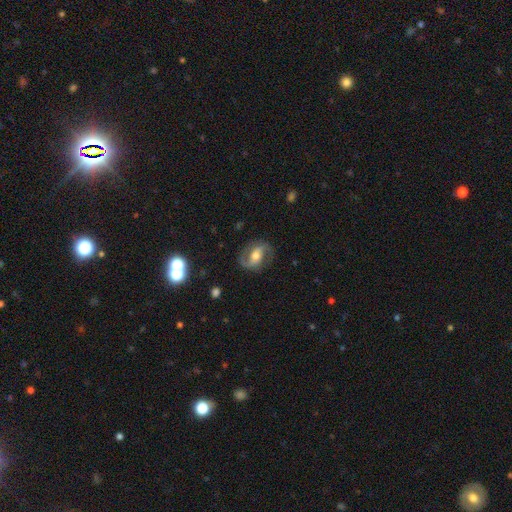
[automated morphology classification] This is likely a featured or disk galaxy (80%). It is clearly not viewed edge-on (96%). Bar: marginally weak (39%). Spiral arm pattern: clearly yes (93%). Spiral arm count: clearly 2 (91%). Spiral winding: possibly medium (50%). Central bulge: likely moderate (68%). Merging: likely none (80%).